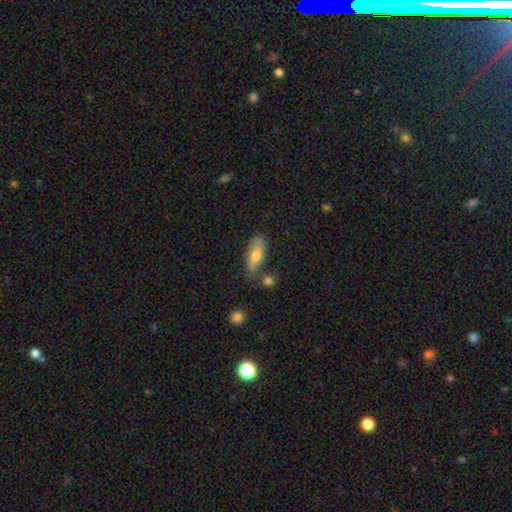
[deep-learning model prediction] This appears to be a smooth galaxy with no disk features (68%) that is in between round and cigar-shaped (75%). Merging: none (63%).